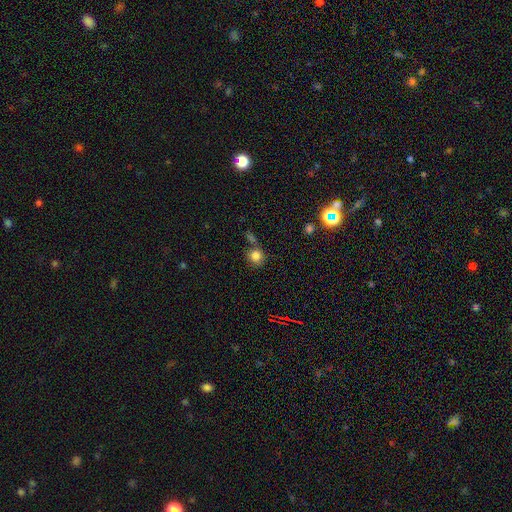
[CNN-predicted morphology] Smooth or featured? Predicted: smooth (p=0.82). How rounded? Predicted: round (p=0.85). Merging? Predicted: none (p=0.65).